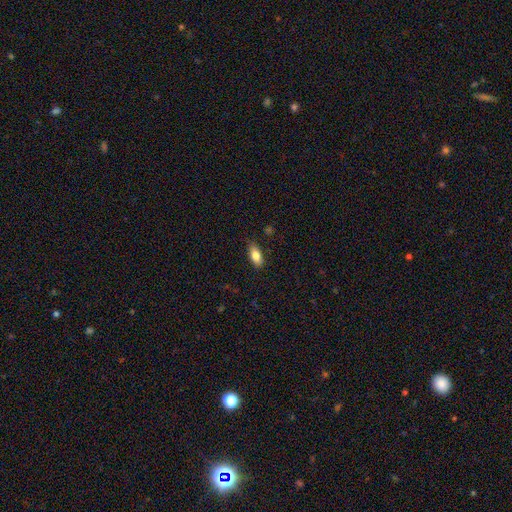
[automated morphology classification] Smooth or featured?
  - smooth: 82% *
  - featured or disk: 10%
  - star or artifact: 7%
How rounded?
  - in between: 87% *
  - cigar-shaped: 9%
  - round: 4%
Merging?
  - none: 84% *
  - minor disturbance: 13%
  - major disturbance: 2%
  - merger: 1%